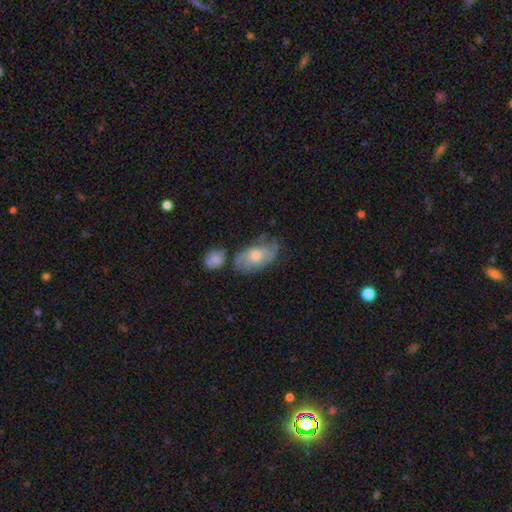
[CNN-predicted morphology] Smooth or featured? Predicted: featured or disk (p=0.54). Edge-on disk? Predicted: no (p=0.93). Bar? Predicted: no (p=0.77). Spiral arms? Predicted: yes (p=0.75). Bulge size? Predicted: moderate (p=0.61). Merging? Predicted: none (p=0.53).